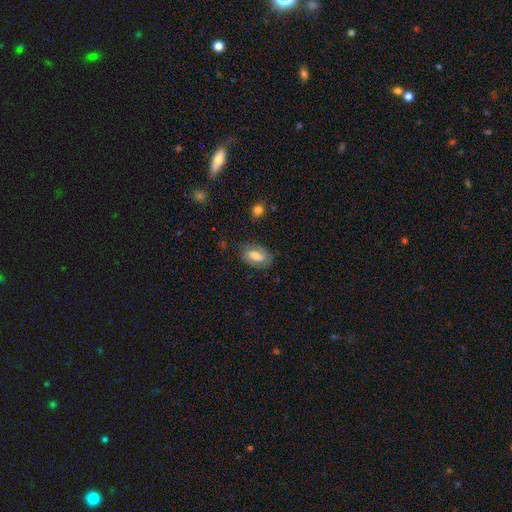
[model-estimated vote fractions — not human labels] A smooth galaxy with no disk features (61%) that is in between round and cigar-shaped (91%).

Vote fractions:
- Smooth or featured? smooth: 61% / featured or disk: 31% / star or artifact: 8%
- How rounded? in between: 91% / round: 7% / cigar-shaped: 3%
- Merging? none: 74% / minor disturbance: 18% / major disturbance: 6% / merger: 2%